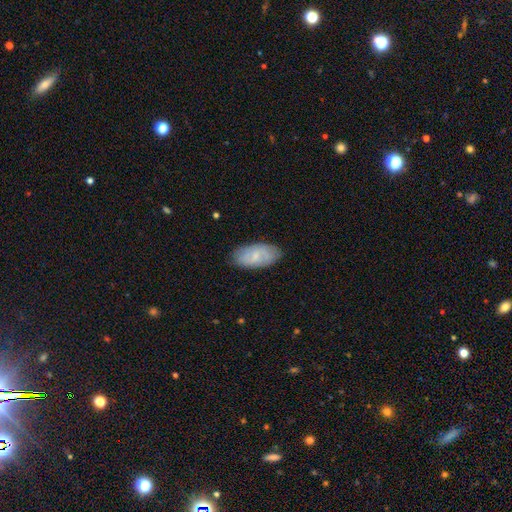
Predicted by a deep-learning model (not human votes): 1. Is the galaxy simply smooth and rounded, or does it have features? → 49% smooth, 45% featured or disk, 7% star or artifact.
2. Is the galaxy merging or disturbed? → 82% none, 14% minor disturbance, 3% major disturbance, 1% merger.